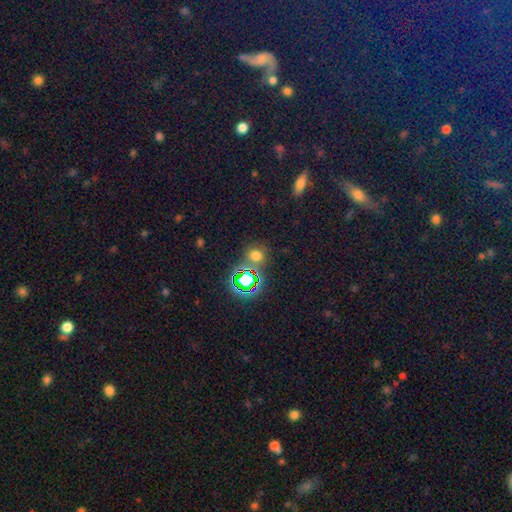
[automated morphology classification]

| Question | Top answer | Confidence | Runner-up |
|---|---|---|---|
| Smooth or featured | smooth | 56% | star or artifact (37%) |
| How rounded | round | 75% | in between (24%) |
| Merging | none | 73% | merger (12%) |